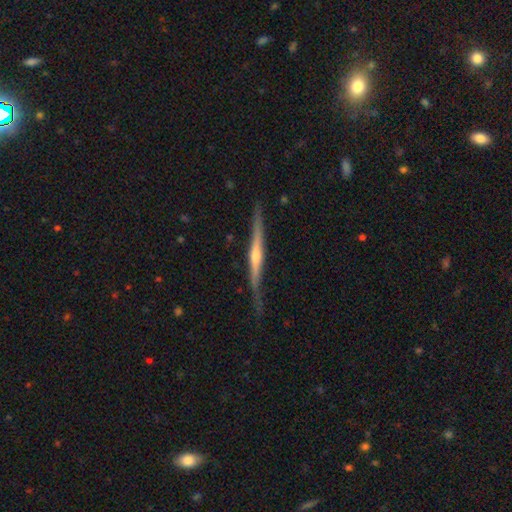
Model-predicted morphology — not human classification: Smooth or featured: featured or disk — 82% (smooth — 13%)
Edge-on disk: yes — 97% (no — 3%)
Edge-on bulge: rounded — 78% (none — 14%)
Merging: none — 78% (minor disturbance — 17%)